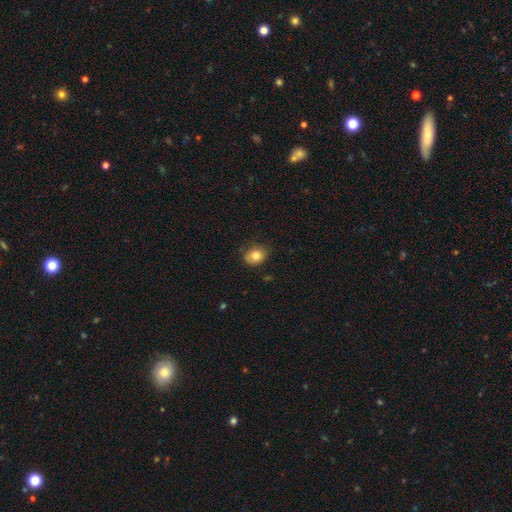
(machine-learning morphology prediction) A smooth galaxy with no disk features (81%) that is round (53%). Merging: none (74%).